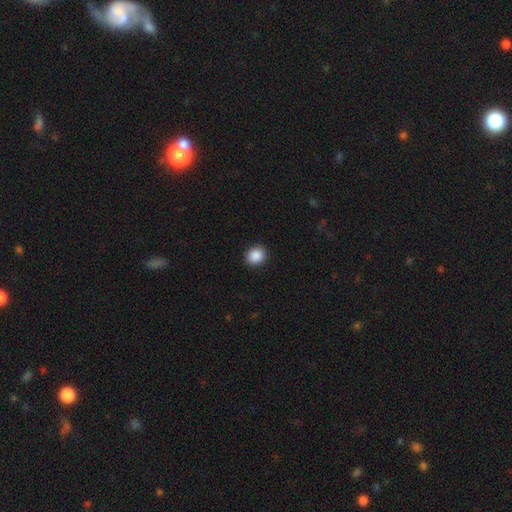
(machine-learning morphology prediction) Smooth or featured?
  - smooth: 89% *
  - star or artifact: 8%
  - featured or disk: 3%
How rounded?
  - round: 75% *
  - in between: 24%
  - cigar-shaped: 1%
Merging?
  - none: 90% *
  - minor disturbance: 7%
  - major disturbance: 2%
  - merger: 1%